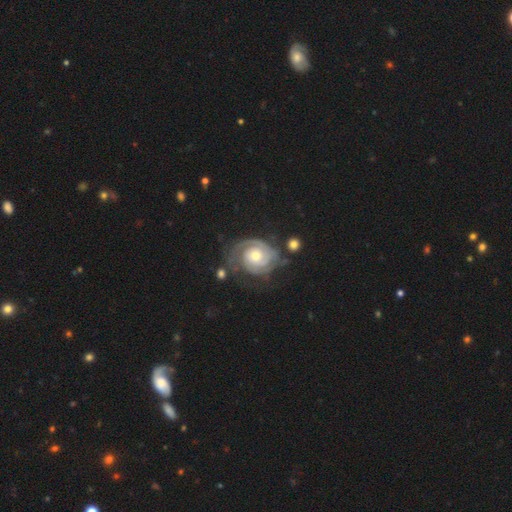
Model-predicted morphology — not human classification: Q: Smooth or featured?
A: featured or disk (88%); runner-up: smooth (7%)
Q: Edge-on disk?
A: no (98%); runner-up: yes (2%)
Q: Bar?
A: no (75%); runner-up: weak (20%)
Q: Spiral arms?
A: yes (97%); runner-up: no (3%)
Q: Spiral winding?
A: tight (74%); runner-up: medium (21%)
Q: Spiral arm count?
A: 2 (44%); runner-up: can't tell (19%)
Q: Bulge size?
A: moderate (61%); runner-up: small (32%)
Q: Merging?
A: none (59%); runner-up: minor disturbance (21%)